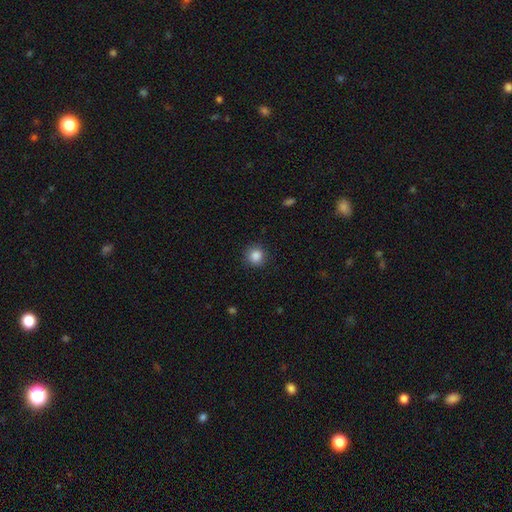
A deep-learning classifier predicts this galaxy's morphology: smooth 87%, star or artifact 10%, featured or disk 3%. Down the decision tree: how rounded — round (92%); merging — none (89%).